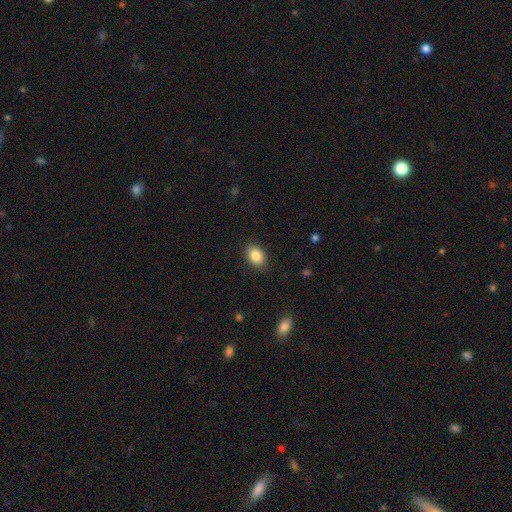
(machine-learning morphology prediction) Smooth or featured: smooth — 86% (star or artifact — 8%)
How rounded: in between — 75% (round — 24%)
Merging: none — 87% (minor disturbance — 10%)